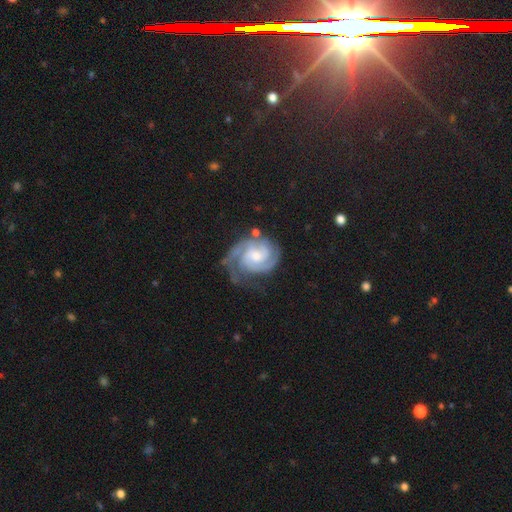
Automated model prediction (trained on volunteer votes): smooth-or-featured: featured or disk: 90% | smooth: 6% | star or artifact: 4%
  disk-edge-on: no: 98% | yes: 2%
    bar: no: 57% | weak: 35% | strong: 8%
    has-spiral-arms: yes: 98% | no: 2%
      spiral-winding: tight: 63% | medium: 31% | loose: 5%
      spiral-arm-count: 2: 40% | 3: 34% | can't tell: 12% | 4: 6% | 1: 4% | more than 4: 4%
    bulge-size: moderate: 50% | small: 40% | large: 5% | none: 3% | dominant: 1%
  merging: none: 57% | minor disturbance: 25% | major disturbance: 14% | merger: 4%